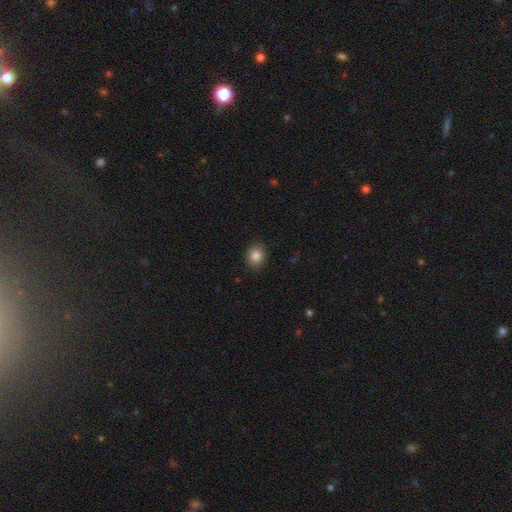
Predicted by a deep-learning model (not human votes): Smooth or featured?
  - smooth: 85% *
  - star or artifact: 10%
  - featured or disk: 5%
How rounded?
  - round: 57% *
  - in between: 42%
  - cigar-shaped: 1%
Merging?
  - none: 88% *
  - minor disturbance: 9%
  - major disturbance: 2%
  - merger: 1%